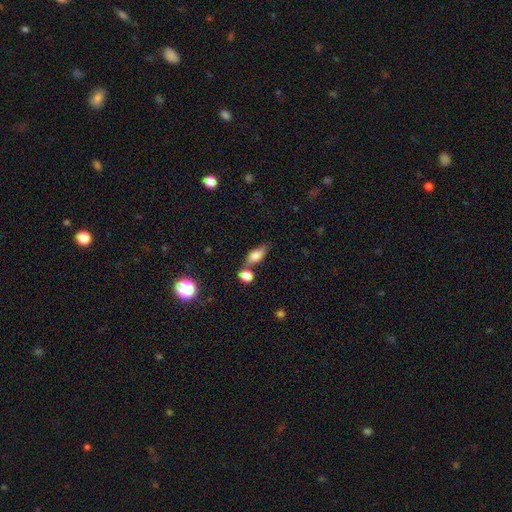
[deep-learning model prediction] Morphology: type=smooth (77%); roundness=in between (79%); merging=none (51%).